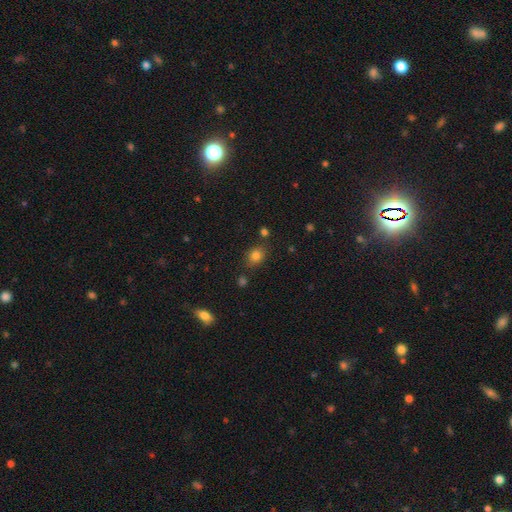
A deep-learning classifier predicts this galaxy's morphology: Smooth or featured: smooth — 80% (star or artifact — 13%)
How rounded: in between — 60% (round — 38%)
Merging: none — 76% (minor disturbance — 14%)